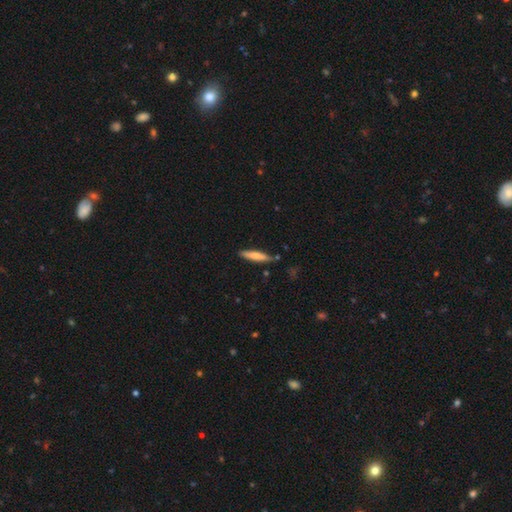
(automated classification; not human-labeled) Smooth or featured? smooth (67%)
How rounded? cigar-shaped (88%)
Merging? none (82%)